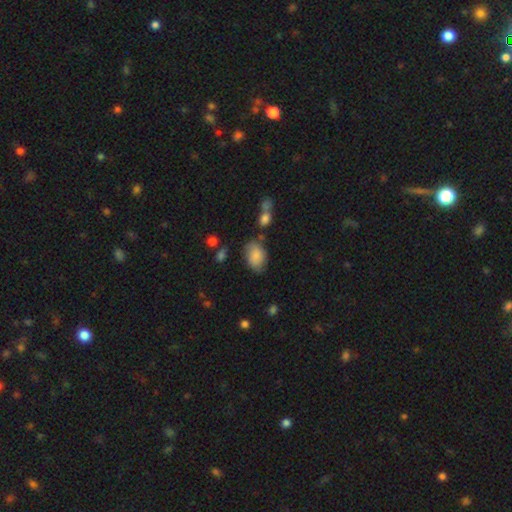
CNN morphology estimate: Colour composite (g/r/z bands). It shows a smooth galaxy with no disk features (83%) that is in between round and cigar-shaped (84%). Merging: none (65%).